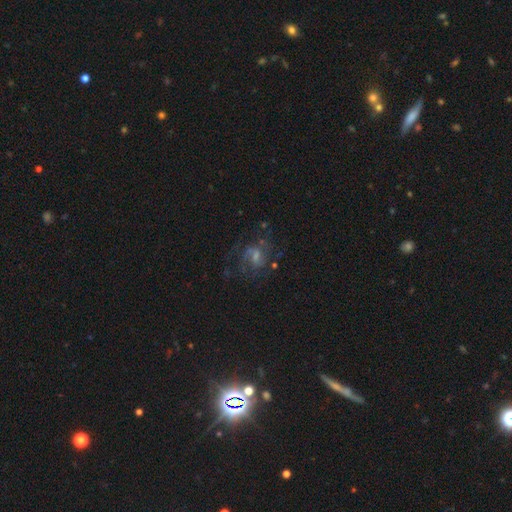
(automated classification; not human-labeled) featured or disk 64%, star or artifact 21%, smooth 16%. Down the decision tree: edge-on disk — no (97%); bar — weak (51%); spiral arms — yes (86%); spiral arm count — 2 (51%); spiral winding — medium (50%); bulge size — small (41%); merging — none (64%).